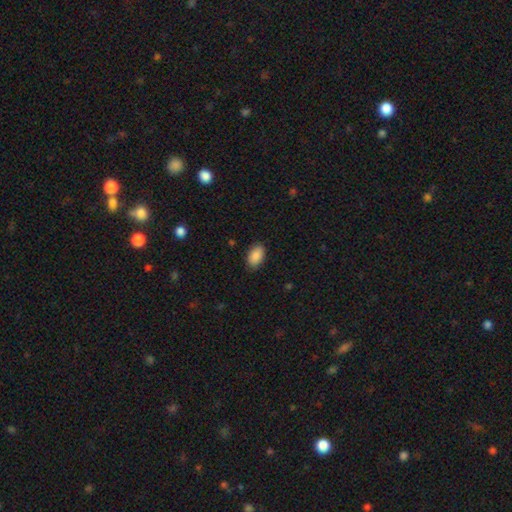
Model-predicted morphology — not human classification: Overall: smooth (89%). How rounded: in between (92%). Merging: none (87%).